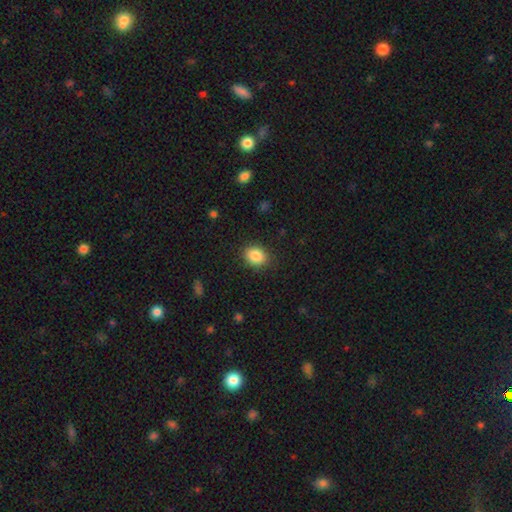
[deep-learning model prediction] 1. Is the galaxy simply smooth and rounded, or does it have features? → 86% smooth, 9% star or artifact, 5% featured or disk.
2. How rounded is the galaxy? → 53% round, 46% in between, 1% cigar-shaped.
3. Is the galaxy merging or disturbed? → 87% none, 9% minor disturbance, 3% major disturbance, 1% merger.